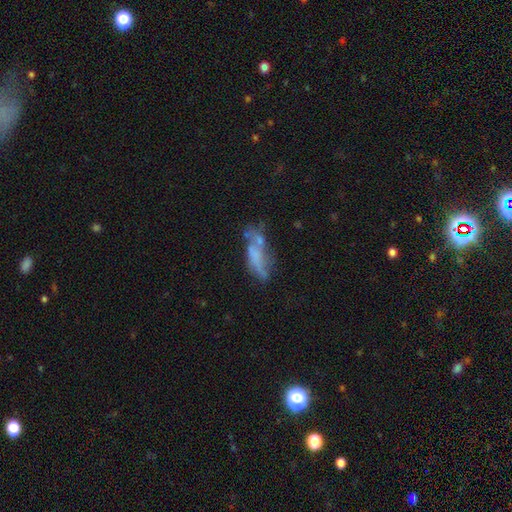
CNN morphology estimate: Smooth or featured: featured or disk — 46% (smooth — 42%)
Merging: none — 35% (major disturbance — 23%)